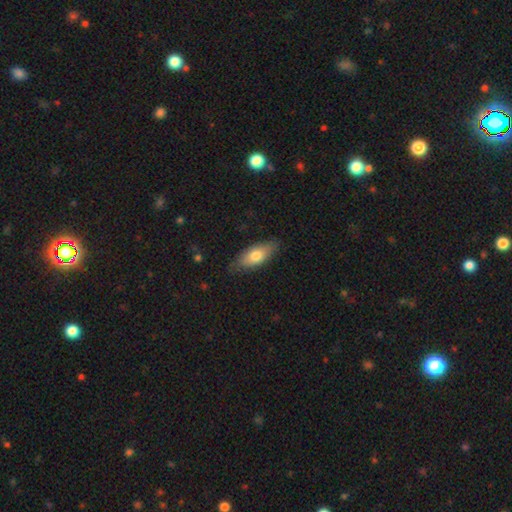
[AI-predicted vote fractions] smooth-or-featured: smooth: 71% | featured or disk: 23% | star or artifact: 6%
  how-rounded: in between: 79% | cigar-shaped: 18% | round: 3%
  merging: none: 78% | minor disturbance: 18% | major disturbance: 3% | merger: 1%